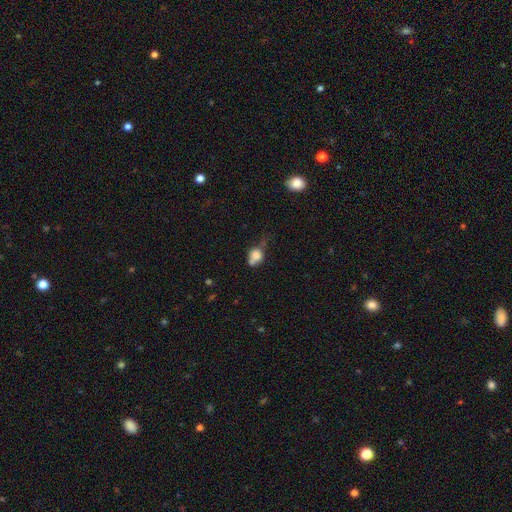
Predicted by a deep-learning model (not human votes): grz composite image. It shows a smooth galaxy with no disk features (72%) that is round (55%). Merging: none (35%).